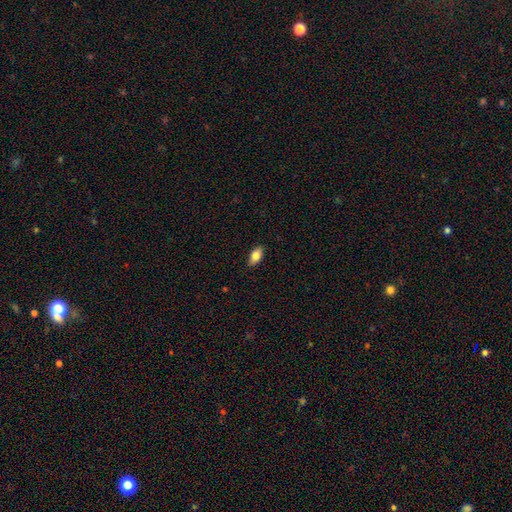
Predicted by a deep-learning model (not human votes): Morphology: type=smooth (82%); roundness=in between (90%); merging=none (88%).